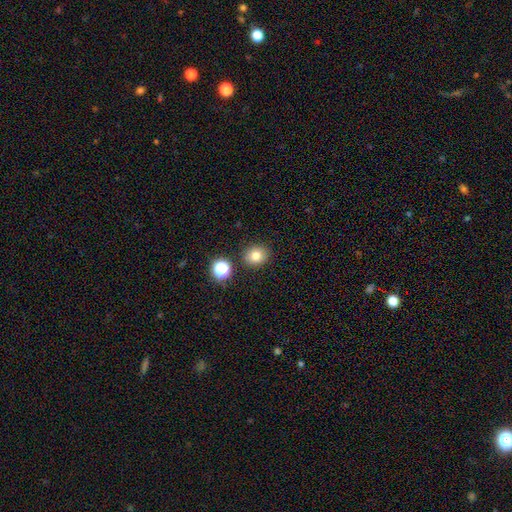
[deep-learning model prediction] A smooth galaxy with no disk features (77%) that is round (77%). Merging: none (86%).